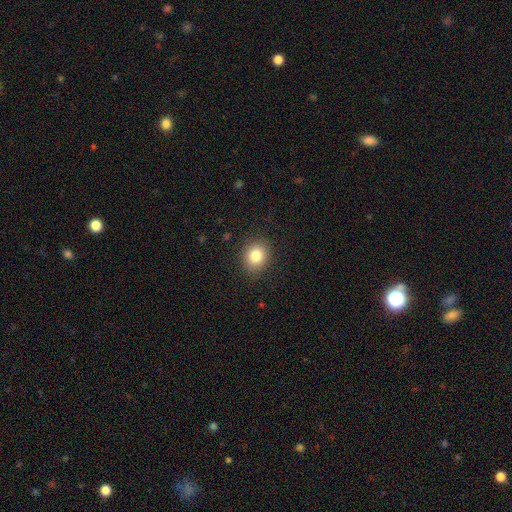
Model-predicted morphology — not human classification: Q: Smooth or featured?
A: smooth (82%); runner-up: star or artifact (10%)
Q: How rounded?
A: round (74%); runner-up: in between (25%)
Q: Merging?
A: none (88%); runner-up: minor disturbance (8%)